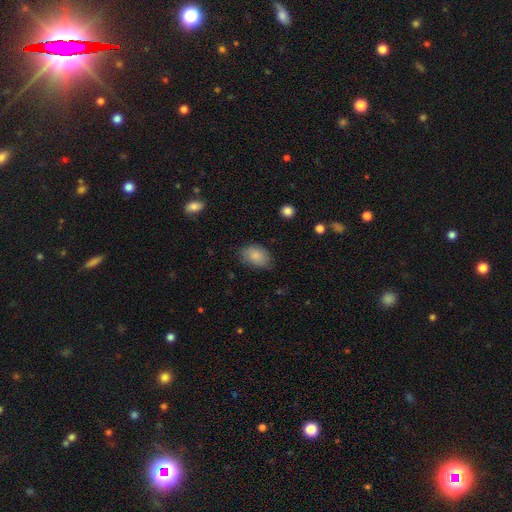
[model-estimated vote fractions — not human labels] Morphology: type=smooth (85%); roundness=in between (85%); merging=none (76%).